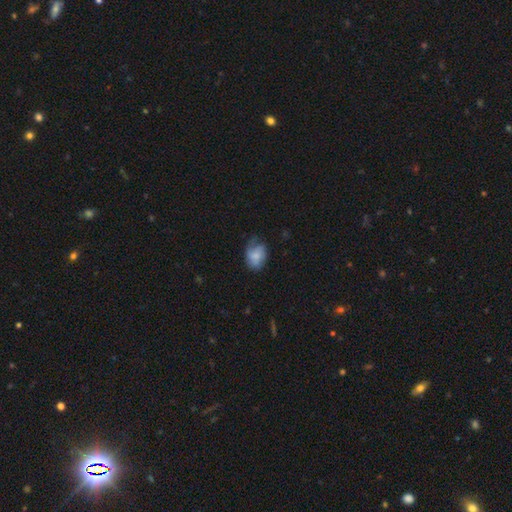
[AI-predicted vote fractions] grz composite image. It shows a smooth galaxy with no disk features (66%) that is in between round and cigar-shaped (74%). Merging: none (46%).